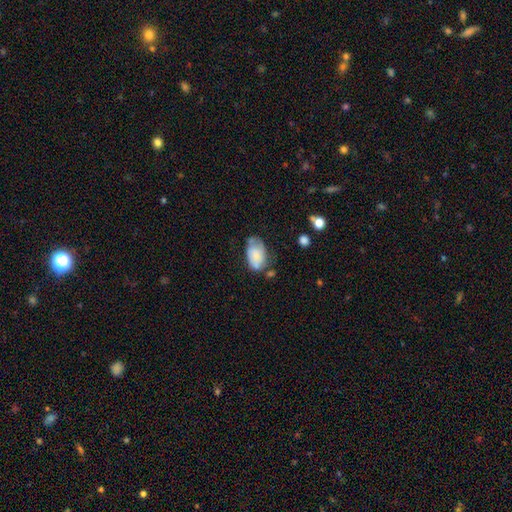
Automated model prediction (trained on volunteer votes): Smooth or featured: smooth — 63% (featured or disk — 29%)
How rounded: in between — 91% (round — 7%)
Merging: none — 44% (minor disturbance — 34%)